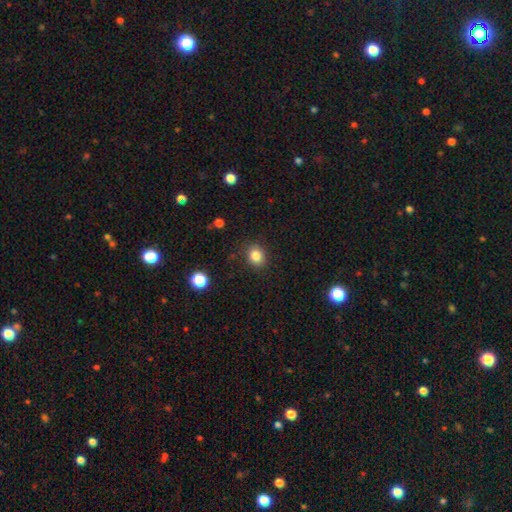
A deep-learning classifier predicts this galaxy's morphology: Smooth or featured: smooth — 84% (star or artifact — 11%)
How rounded: round — 69% (in between — 30%)
Merging: none — 87% (minor disturbance — 9%)